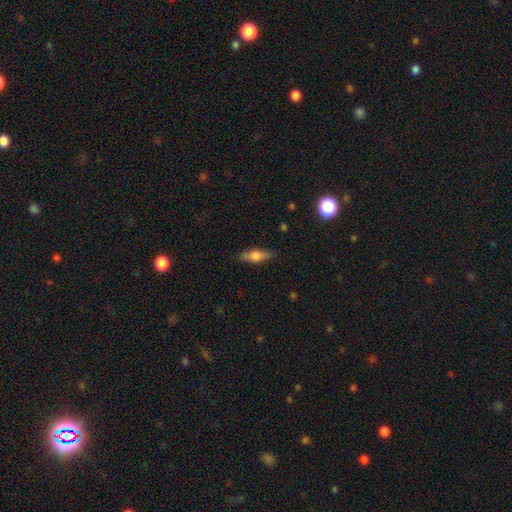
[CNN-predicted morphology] Smooth or featured?
  - smooth: 61% *
  - featured or disk: 32%
  - star or artifact: 7%
How rounded?
  - in between: 56% *
  - cigar-shaped: 41%
  - round: 3%
Merging?
  - none: 84% *
  - minor disturbance: 12%
  - major disturbance: 3%
  - merger: 1%